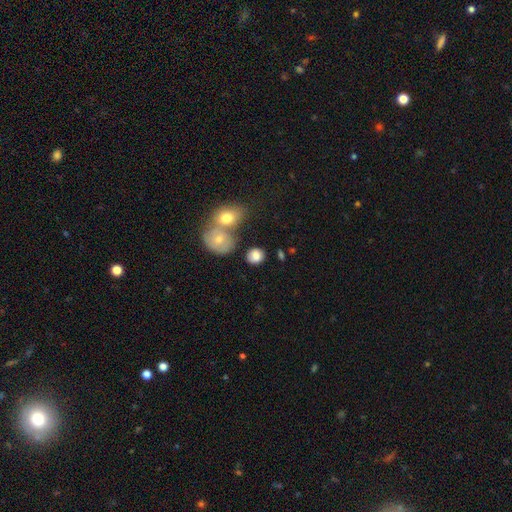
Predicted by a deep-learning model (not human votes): Smooth or featured?
  - smooth: 80% *
  - featured or disk: 11%
  - star or artifact: 9%
How rounded?
  - round: 60% *
  - in between: 39%
  - cigar-shaped: 1%
Merging?
  - none: 62% *
  - merger: 17%
  - minor disturbance: 15%
  - major disturbance: 5%